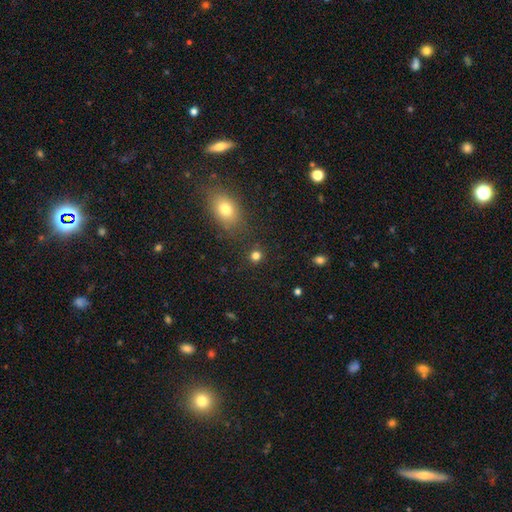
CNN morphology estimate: The model was most divided on "smooth or featured": smooth: 79%, star or artifact: 16%, featured or disk: 5%. More confident: how rounded — round (86%); merging — none (85%).